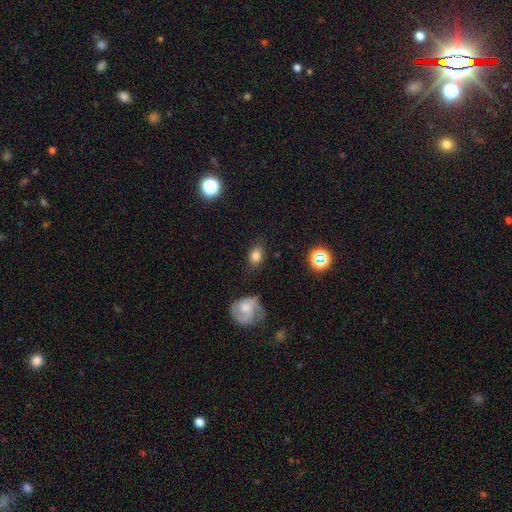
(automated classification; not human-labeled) This appears to be a smooth galaxy with no disk features (76%) that is in between round and cigar-shaped (71%). Merging: none (76%).